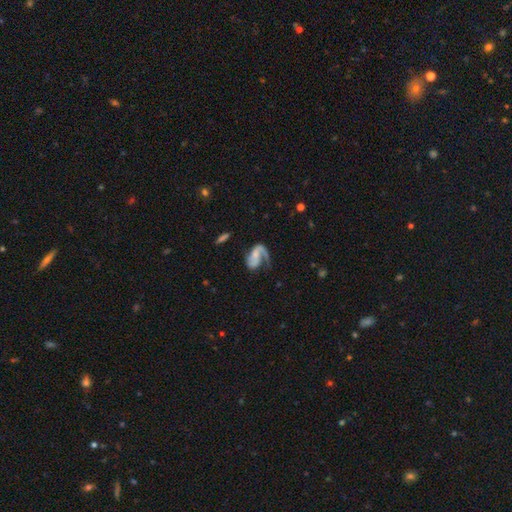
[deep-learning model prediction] This appears to be a featured or disk galaxy (76%) with no bar (55%), 1 (52%) loose (47%) spiral arms (92%) and a small central bulge (48%). Merging: none (39%).